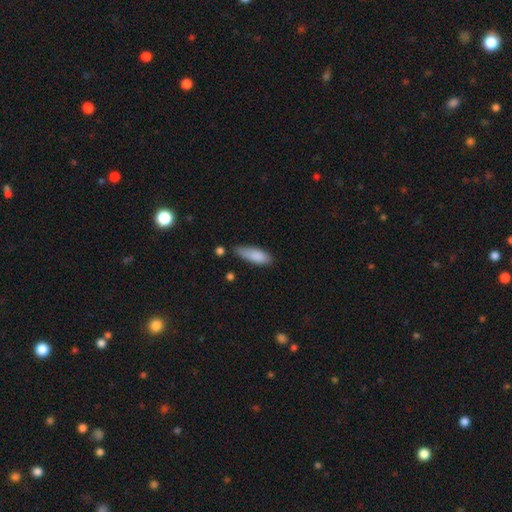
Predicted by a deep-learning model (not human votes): This is clearly a smooth galaxy (85%). How rounded: possibly in between (59%). Merging: possibly none (56%).